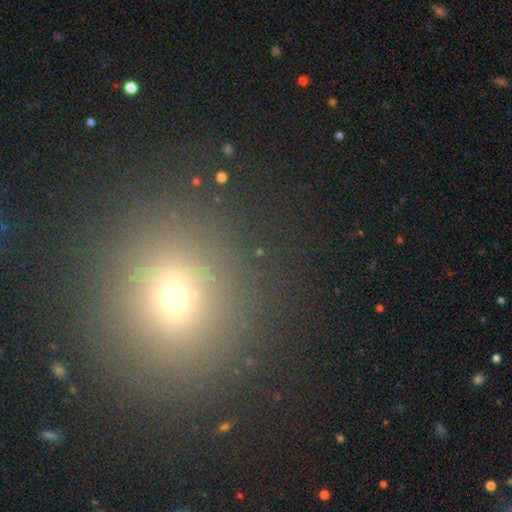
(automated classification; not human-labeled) Smooth or featured?
  - smooth: 59% *
  - star or artifact: 33%
  - featured or disk: 8%
How rounded?
  - round: 89% *
  - in between: 10%
  - cigar-shaped: 1%
Merging?
  - none: 89% *
  - minor disturbance: 6%
  - major disturbance: 3%
  - merger: 2%